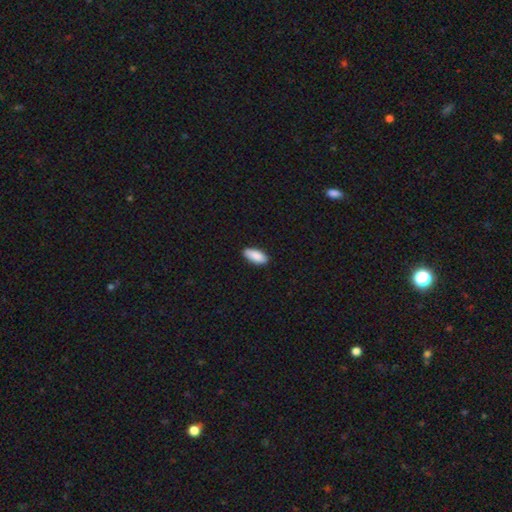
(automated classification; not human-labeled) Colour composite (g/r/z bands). It shows a smooth galaxy with no disk features (89%) that is in between round and cigar-shaped (87%). Merging: none (88%).